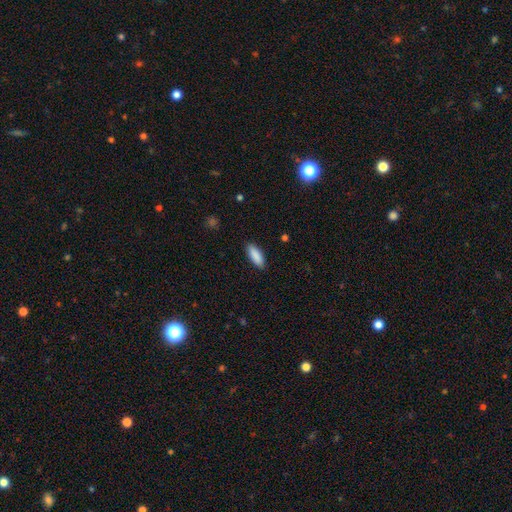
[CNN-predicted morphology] Q: Smooth or featured?
A: smooth (90%); runner-up: star or artifact (6%)
Q: How rounded?
A: in between (70%); runner-up: cigar-shaped (29%)
Q: Merging?
A: none (89%); runner-up: minor disturbance (8%)